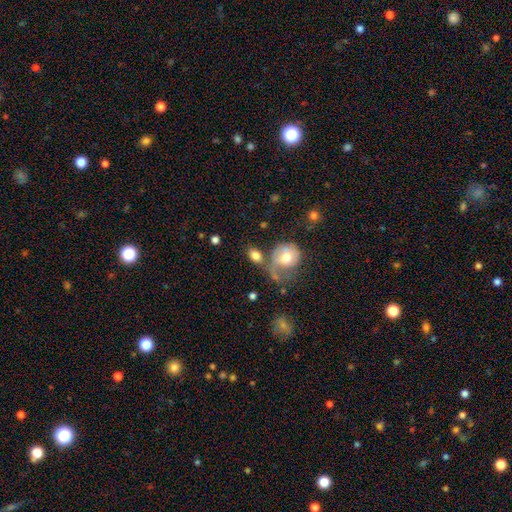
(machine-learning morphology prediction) Smooth or featured: smooth — 79% (featured or disk — 14%)
How rounded: in between — 71% (round — 27%)
Merging: none — 46% (merger — 26%)